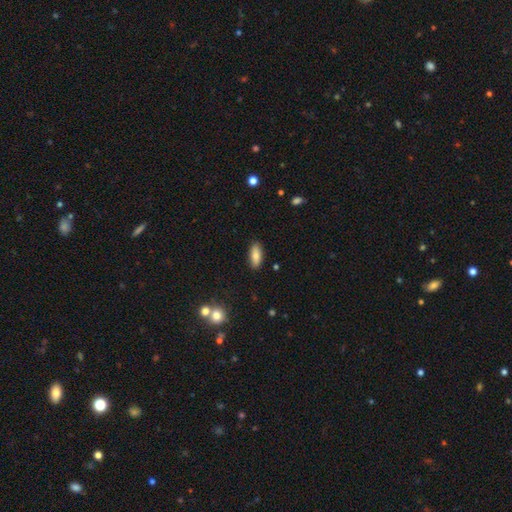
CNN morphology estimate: Q: Smooth or featured?
A: smooth (82%); runner-up: featured or disk (11%)
Q: How rounded?
A: in between (80%); runner-up: cigar-shaped (18%)
Q: Merging?
A: none (85%); runner-up: minor disturbance (11%)